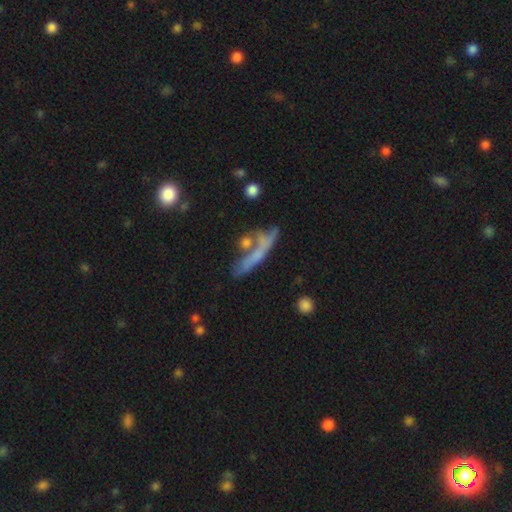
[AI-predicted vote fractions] This is possibly a smooth galaxy (52%). How rounded: clearly cigar-shaped (83%). Merging: possibly none (53%).